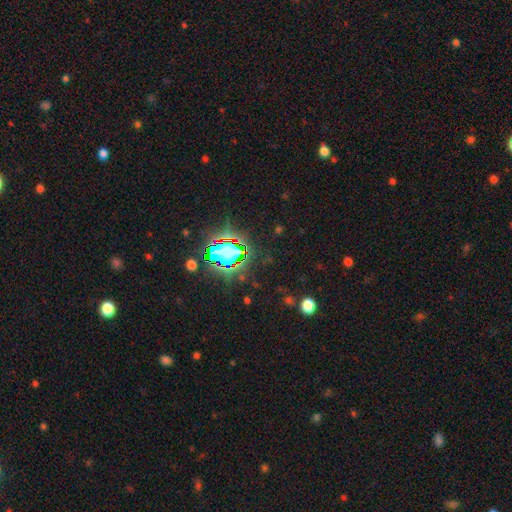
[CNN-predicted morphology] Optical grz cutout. It shows a star or artifact, not a galaxy (82%).